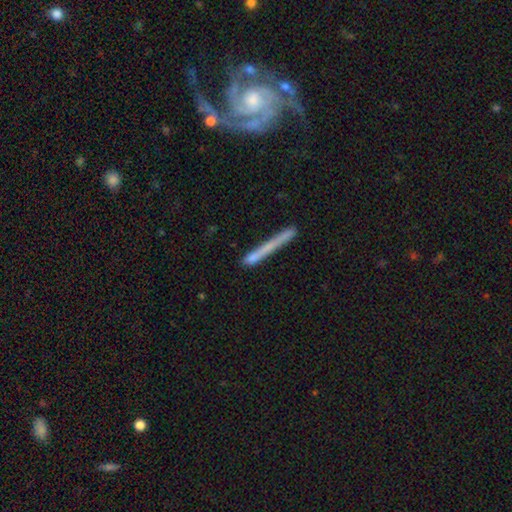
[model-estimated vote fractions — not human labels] Q: Smooth or featured?
A: smooth (63%); runner-up: featured or disk (27%)
Q: How rounded?
A: cigar-shaped (92%); runner-up: in between (5%)
Q: Merging?
A: none (66%); runner-up: minor disturbance (17%)